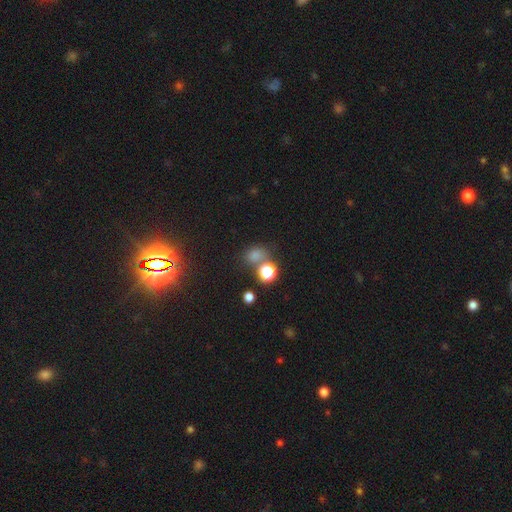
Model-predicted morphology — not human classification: smooth 66%, star or artifact 27%, featured or disk 7%. Down the decision tree: how rounded — round (56%); merging — none (58%).